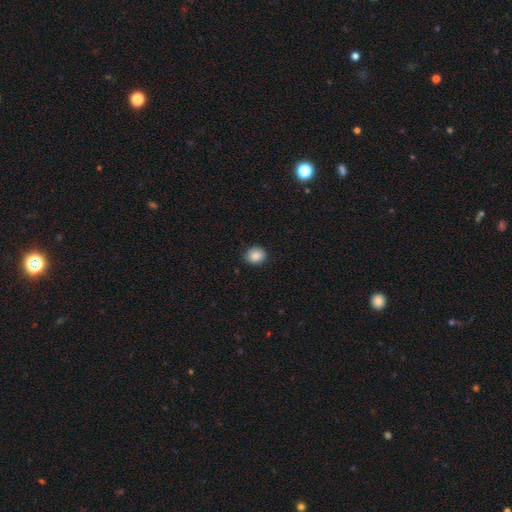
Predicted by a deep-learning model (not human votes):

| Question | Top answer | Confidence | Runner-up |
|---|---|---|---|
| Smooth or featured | smooth | 88% | star or artifact (8%) |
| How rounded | round | 64% | in between (35%) |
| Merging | none | 86% | minor disturbance (11%) |